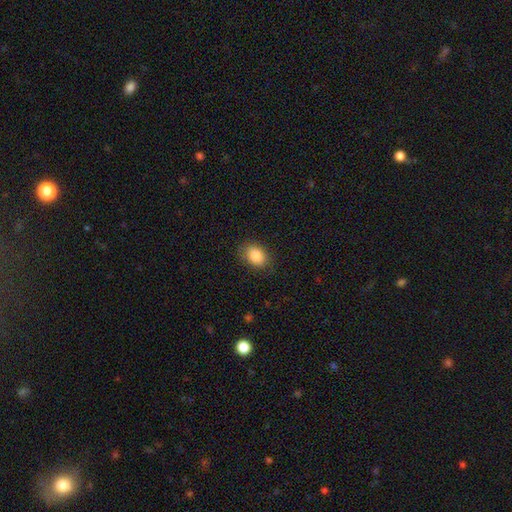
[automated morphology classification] Overall: smooth (87%). How rounded: in between (76%). Merging: none (84%).